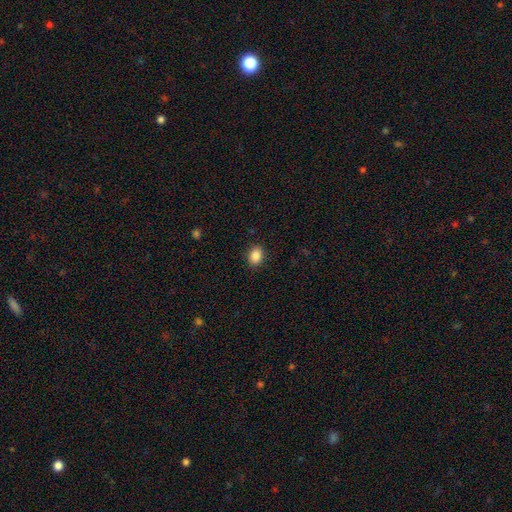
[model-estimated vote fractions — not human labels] Overall: smooth (87%). How rounded: in between (65%; round 34%). Merging: none (89%).